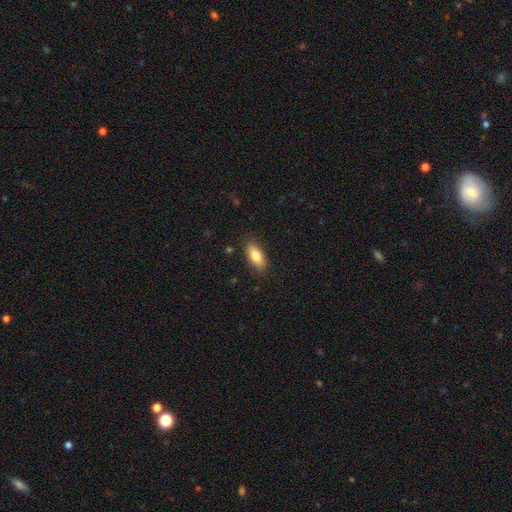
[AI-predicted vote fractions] The model was most divided on "smooth or featured": smooth: 82%, featured or disk: 12%, star or artifact: 7%. More confident: merging — none (86%); how rounded — in between (85%).